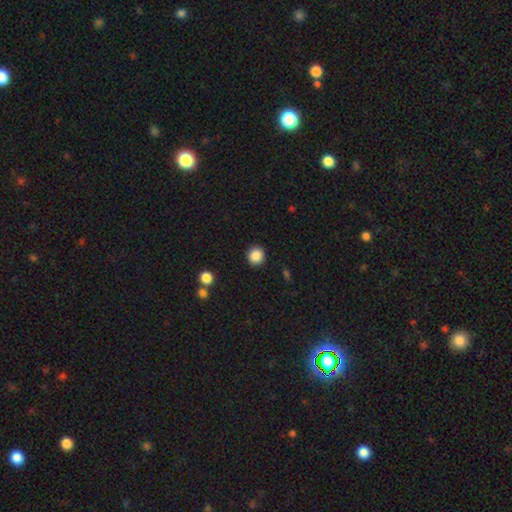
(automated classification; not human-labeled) smooth 87%, star or artifact 10%, featured or disk 4%. Down the decision tree: how rounded — round (93%); merging — none (91%).